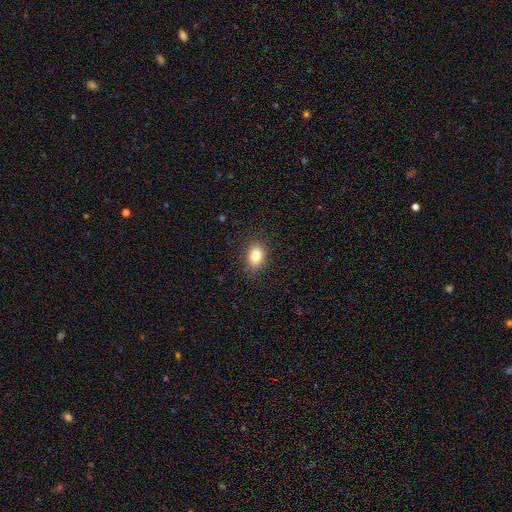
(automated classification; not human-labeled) Smooth or featured: smooth — 83% (star or artifact — 9%)
How rounded: in between — 77% (round — 22%)
Merging: none — 87% (minor disturbance — 10%)